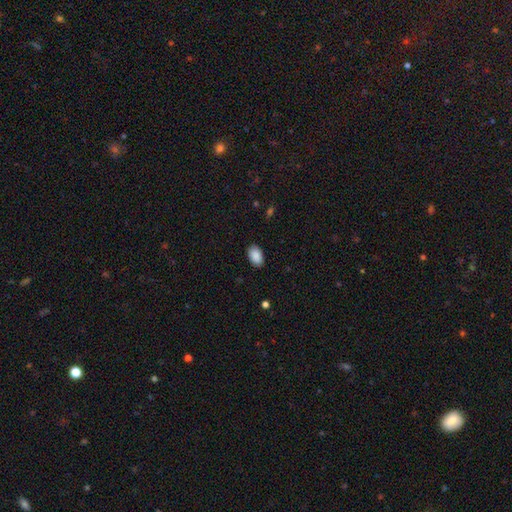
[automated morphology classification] Q: Smooth or featured?
A: smooth (90%); runner-up: star or artifact (7%)
Q: How rounded?
A: in between (93%); runner-up: round (6%)
Q: Merging?
A: none (88%); runner-up: minor disturbance (9%)